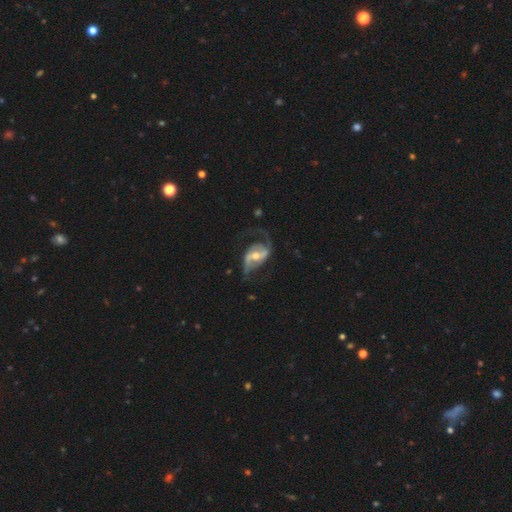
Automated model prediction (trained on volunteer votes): smooth-or-featured: featured or disk: 87% | smooth: 8% | star or artifact: 5%
  disk-edge-on: no: 97% | yes: 3%
    bar: weak: 38% | strong: 36% | no: 25%
    has-spiral-arms: yes: 94% | no: 6%
      spiral-winding: loose: 58% | medium: 33% | tight: 9%
      spiral-arm-count: 2: 88% | 1: 4% | can't tell: 3% | 3: 2% | 4: 1% | more than 4: 1%
    bulge-size: moderate: 66% | small: 28% | large: 4% | none: 1% | dominant: 1%
  merging: none: 59% | major disturbance: 20% | minor disturbance: 18% | merger: 2%